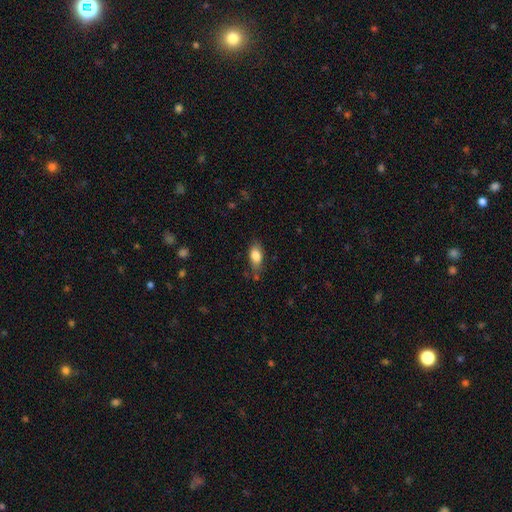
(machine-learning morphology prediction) This is clearly a smooth galaxy (83%). How rounded: clearly in between (87%). Merging: likely none (69%).